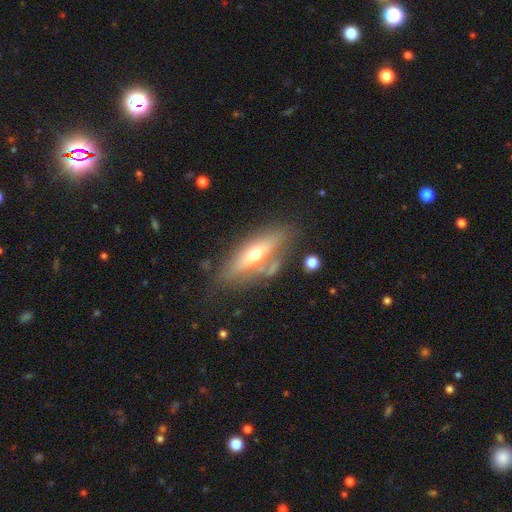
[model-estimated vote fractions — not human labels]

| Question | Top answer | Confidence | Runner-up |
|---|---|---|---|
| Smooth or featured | featured or disk | 58% | smooth (35%) |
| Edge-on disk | yes | 74% | no (26%) |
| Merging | none | 65% | minor disturbance (19%) |